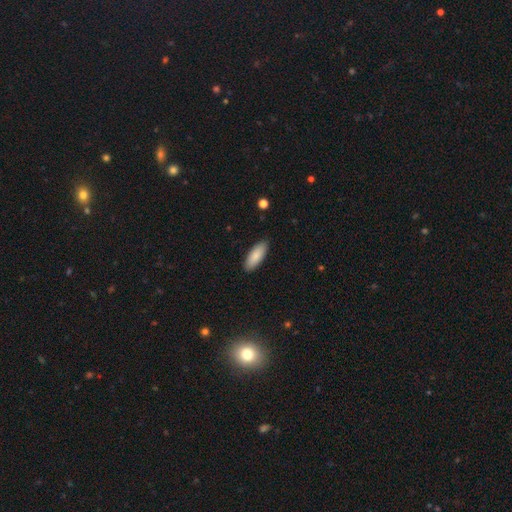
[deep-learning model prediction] Smooth or featured?
  - smooth: 87% *
  - featured or disk: 7%
  - star or artifact: 6%
How rounded?
  - in between: 74% *
  - cigar-shaped: 24%
  - round: 2%
Merging?
  - none: 89% *
  - minor disturbance: 9%
  - major disturbance: 2%
  - merger: 1%